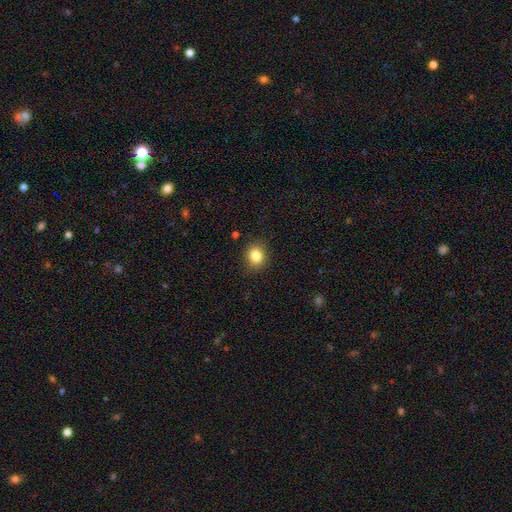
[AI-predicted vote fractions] This is clearly a smooth galaxy (84%). How rounded: likely round (61%). Merging: clearly none (88%).